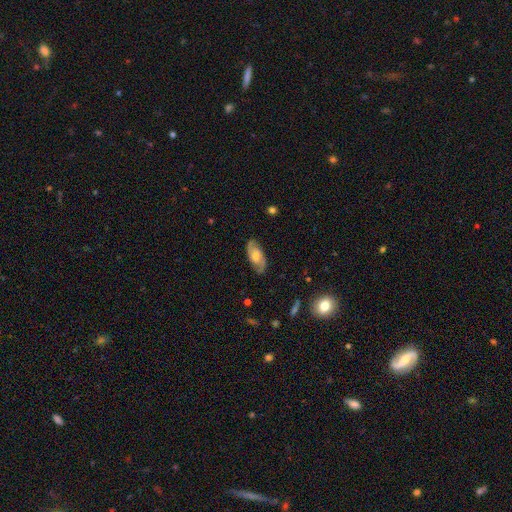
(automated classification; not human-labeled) smooth_or_featured: featured or disk (p=0.63) [alt: smooth p=0.30]
disk_edge_on: no (p=0.91) [alt: yes p=0.09]
bar: no (p=0.61) [alt: weak p=0.32]
has_spiral_arms: yes (p=0.85) [alt: no p=0.15]
bulge_size: moderate (p=0.51) [alt: small p=0.23]
merging: none (p=0.81) [alt: minor disturbance p=0.14]